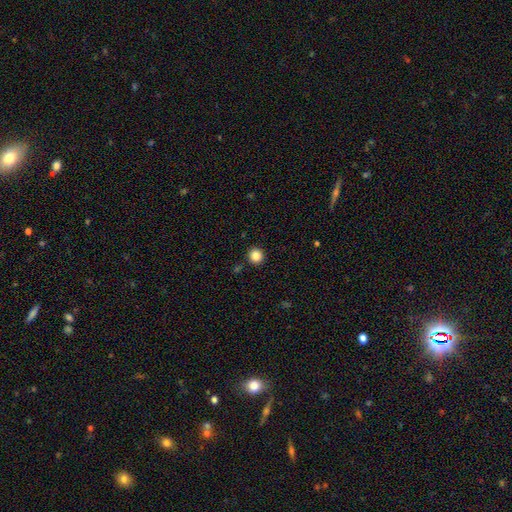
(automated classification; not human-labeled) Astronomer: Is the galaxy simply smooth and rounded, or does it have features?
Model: smooth — 85%.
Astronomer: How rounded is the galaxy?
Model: round — 93%.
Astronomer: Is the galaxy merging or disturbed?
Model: none — 92%.